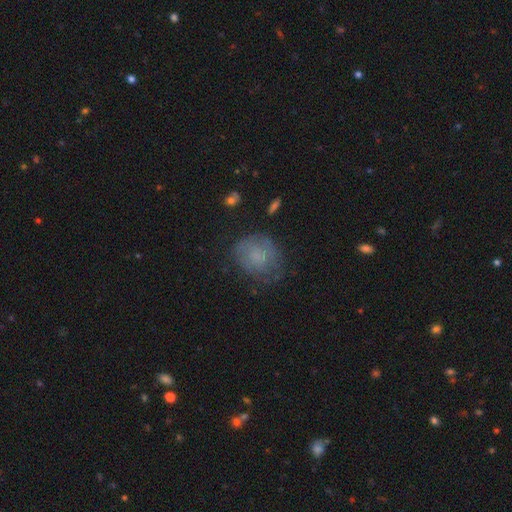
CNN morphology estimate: This is likely a smooth galaxy (64%). How rounded: likely round (73%). Merging: likely none (63%).